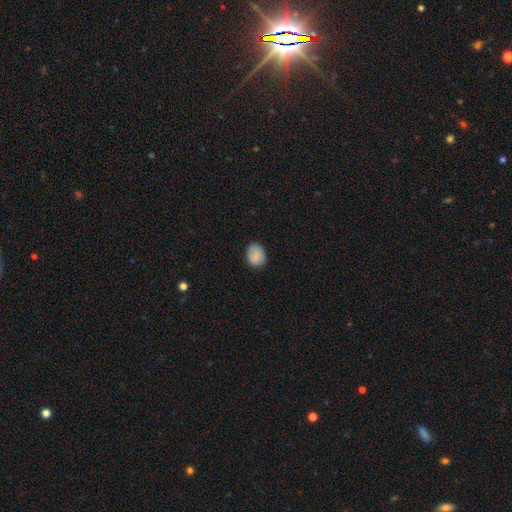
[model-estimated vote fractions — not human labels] A smooth galaxy with no disk features (87%) that is in between round and cigar-shaped (58%). Merging: none (78%).